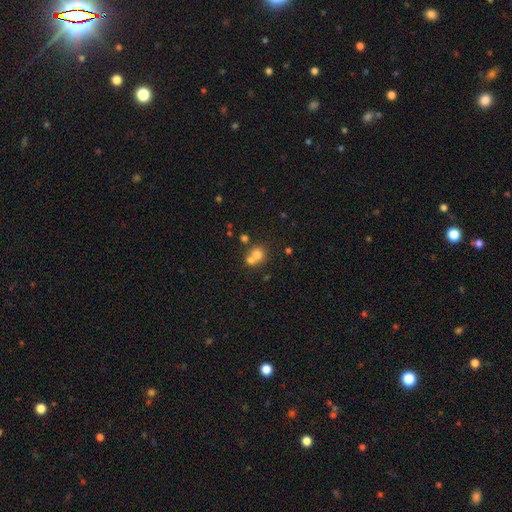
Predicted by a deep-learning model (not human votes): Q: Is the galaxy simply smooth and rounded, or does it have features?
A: smooth — 72%.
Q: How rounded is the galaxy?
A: round — 78%.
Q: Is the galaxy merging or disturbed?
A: merger — 54%.